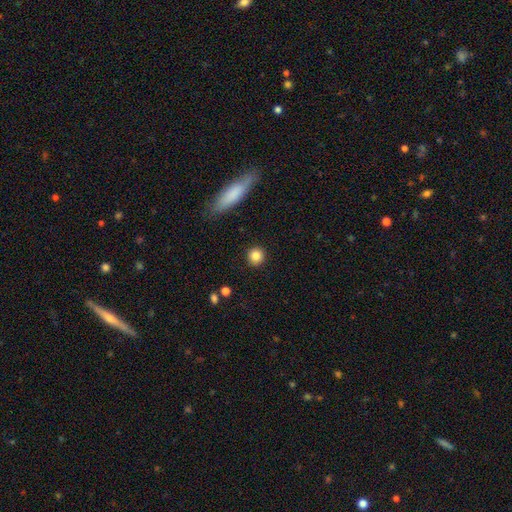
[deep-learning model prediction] Overall: smooth (84%). How rounded: round (92%). Merging: none (91%).